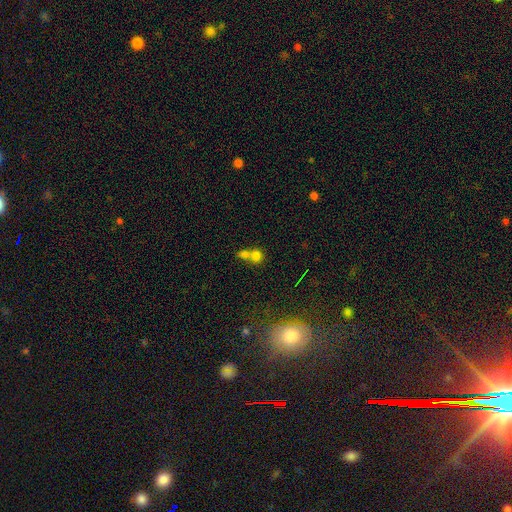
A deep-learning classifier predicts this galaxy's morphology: A smooth galaxy with no disk features (73%) that is round (79%). Merging: merger (55%).